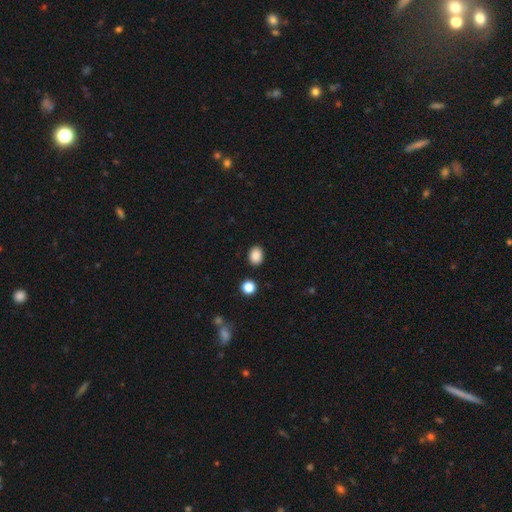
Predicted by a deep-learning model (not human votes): This appears to be a smooth galaxy with no disk features (87%) that is in between round and cigar-shaped (64%). Merging: none (88%).